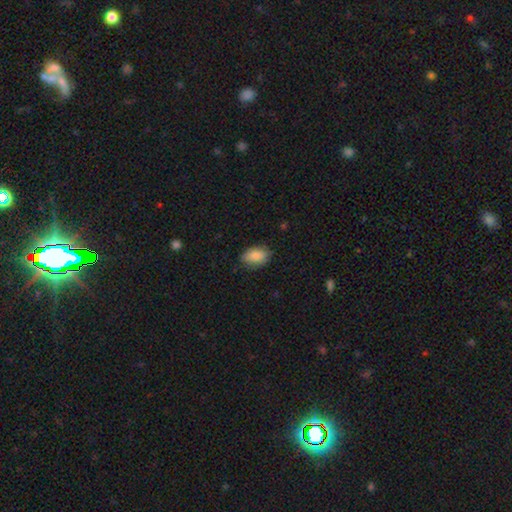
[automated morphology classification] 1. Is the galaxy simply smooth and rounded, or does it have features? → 85% smooth, 9% featured or disk, 7% star or artifact.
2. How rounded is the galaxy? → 88% in between, 10% round, 2% cigar-shaped.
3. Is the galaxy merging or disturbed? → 78% none, 18% minor disturbance, 3% major disturbance, 1% merger.